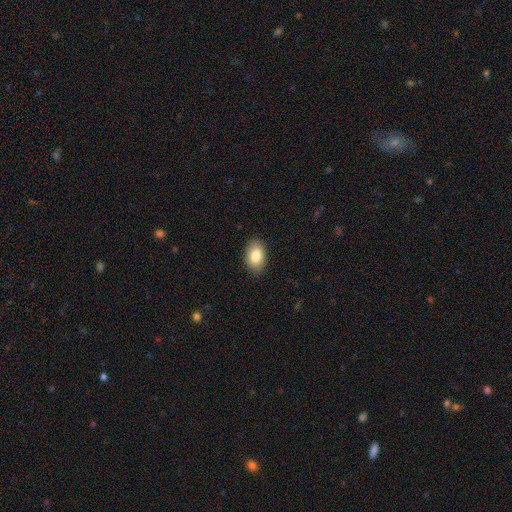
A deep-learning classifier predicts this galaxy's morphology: This appears to be a smooth galaxy with no disk features (85%) that is in between round and cigar-shaped (92%). Merging: none (88%).